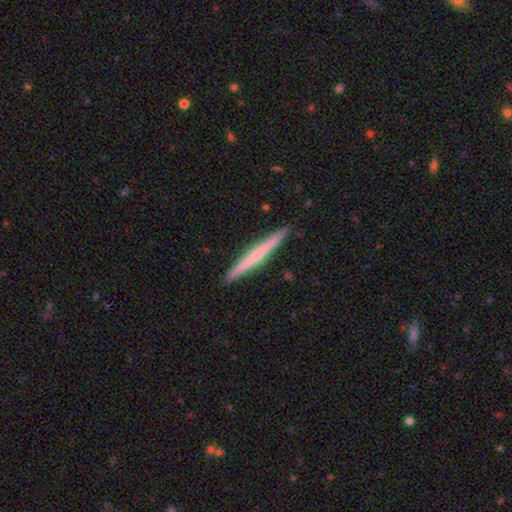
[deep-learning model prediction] Overall: smooth (48%; featured or disk 47%). Merging: none (92%).